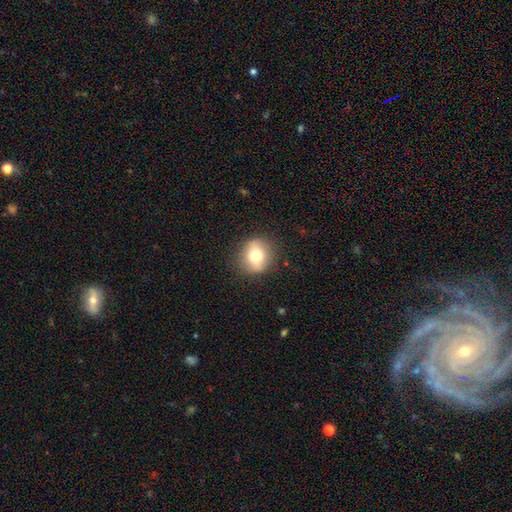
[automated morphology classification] smooth-or-featured: smooth: 70% | featured or disk: 21% | star or artifact: 9%
  how-rounded: round: 77% | in between: 22% | cigar-shaped: 1%
  merging: none: 85% | minor disturbance: 10% | major disturbance: 3% | merger: 1%